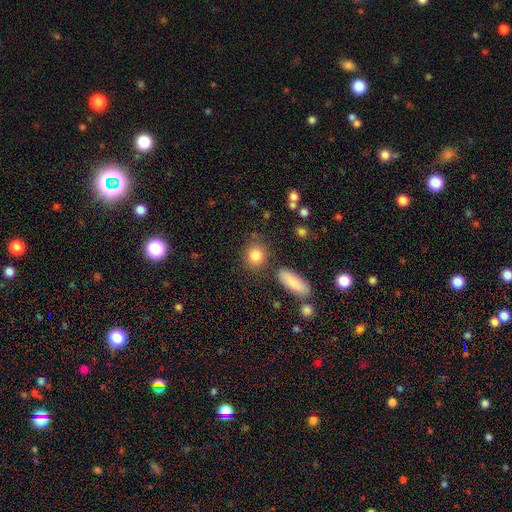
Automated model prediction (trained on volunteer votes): Morphology: type=smooth (85%); roundness=round (71%); merging=none (77%).